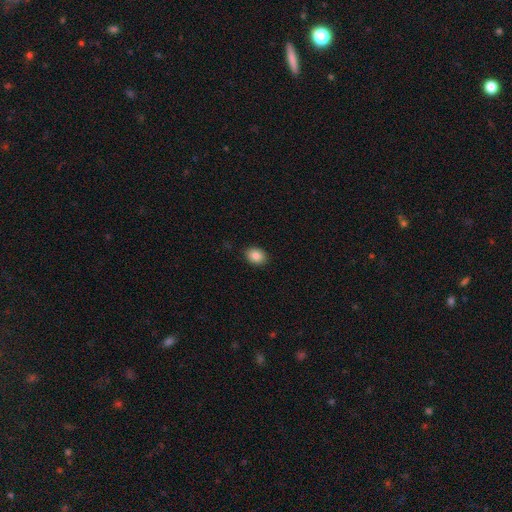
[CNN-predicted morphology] Smooth or featured: smooth — 86% (star or artifact — 9%)
How rounded: in between — 62% (round — 37%)
Merging: none — 89% (minor disturbance — 8%)